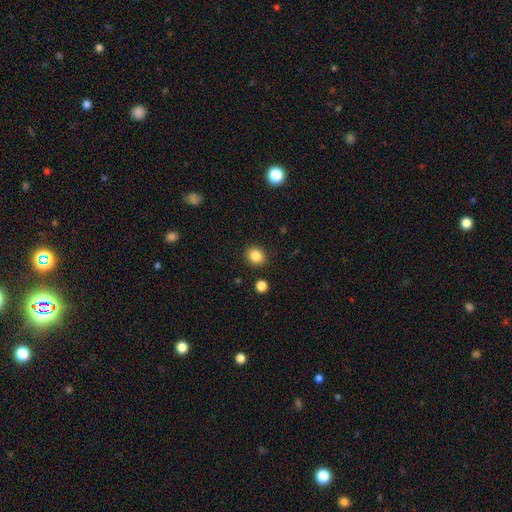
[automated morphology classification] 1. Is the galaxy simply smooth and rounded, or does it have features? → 85% smooth, 10% star or artifact, 5% featured or disk.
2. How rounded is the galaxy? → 65% round, 34% in between, 1% cigar-shaped.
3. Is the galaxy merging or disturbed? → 89% none, 7% minor disturbance, 2% major disturbance, 2% merger.